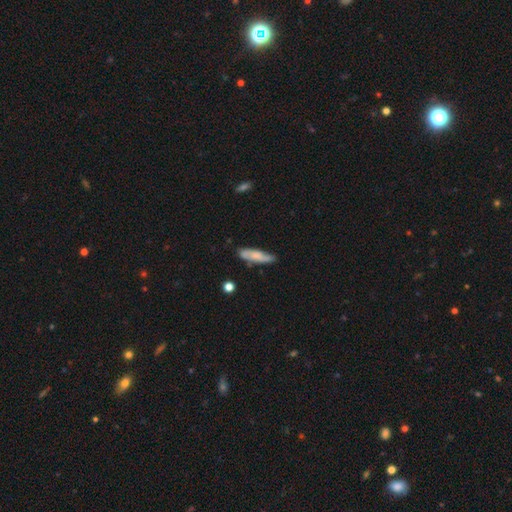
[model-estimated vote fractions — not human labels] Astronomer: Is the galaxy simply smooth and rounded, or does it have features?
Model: smooth — 65%.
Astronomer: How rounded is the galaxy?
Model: cigar-shaped — 70%.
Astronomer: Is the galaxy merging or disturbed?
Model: none — 69%.